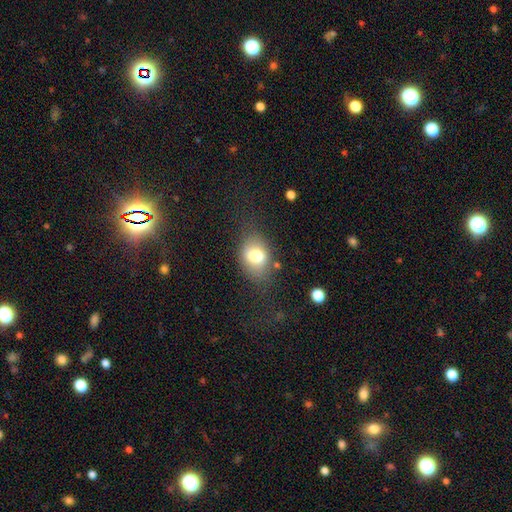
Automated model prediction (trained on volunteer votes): This appears to be a smooth galaxy with no disk features (73%) that is in between round and cigar-shaped (70%). Merging: none (64%).